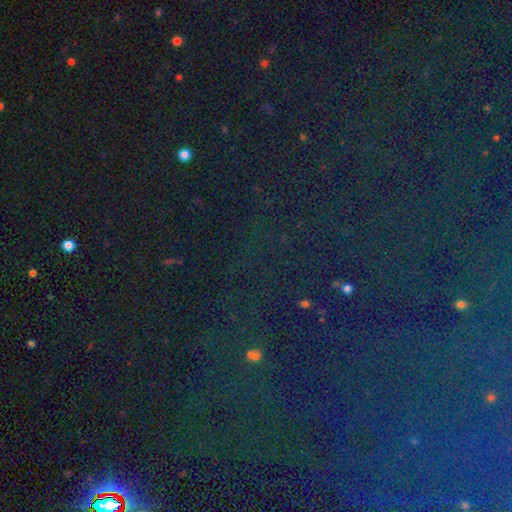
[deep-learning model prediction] Smooth or featured: star or artifact — 85% (smooth — 9%)